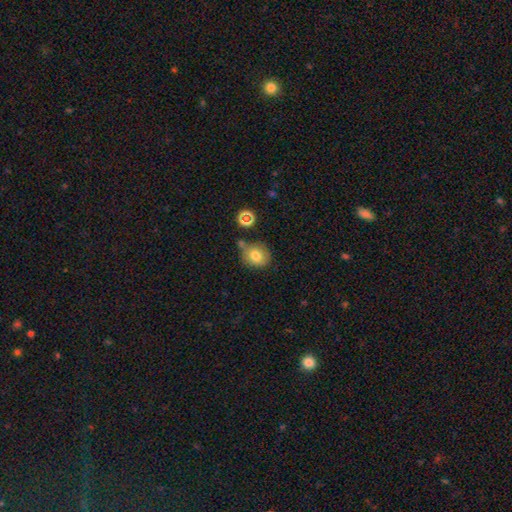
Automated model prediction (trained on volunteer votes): A smooth galaxy with no disk features (78%) that is round (73%). Merging: none (64%).